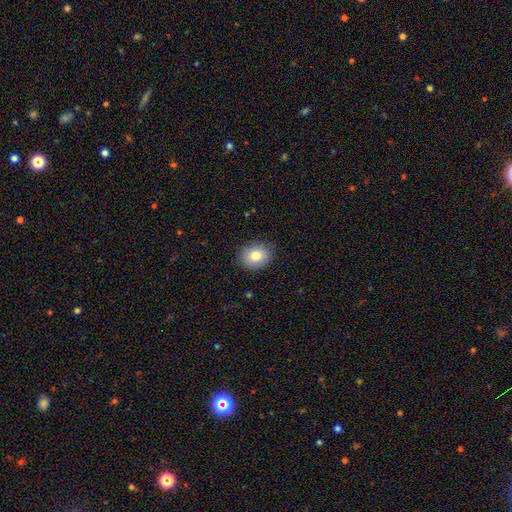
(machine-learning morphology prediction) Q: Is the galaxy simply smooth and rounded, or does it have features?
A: smooth — 82%.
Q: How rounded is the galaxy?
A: round — 50%.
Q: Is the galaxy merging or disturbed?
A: none — 87%.